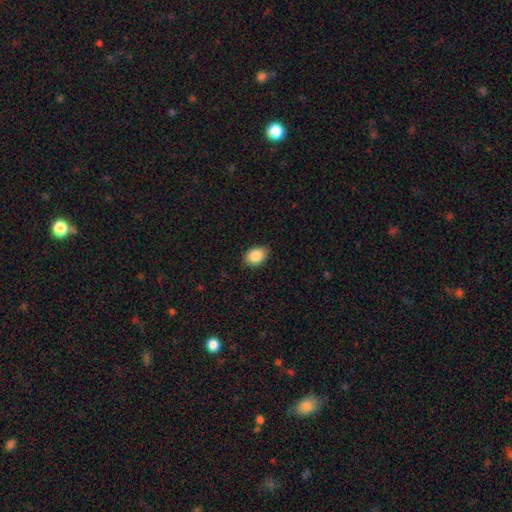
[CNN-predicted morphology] A smooth galaxy with no disk features (87%) that is in between round and cigar-shaped (79%). Merging: none (85%).